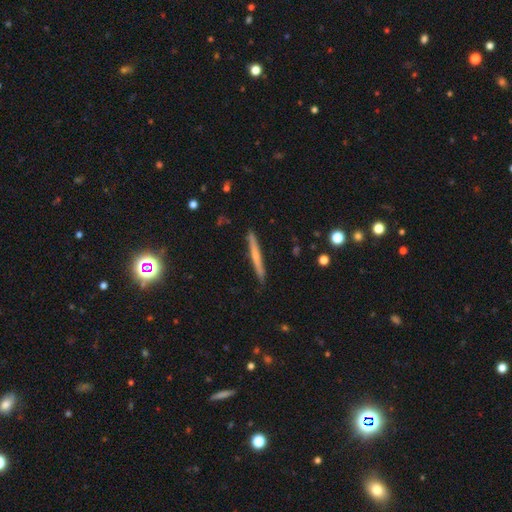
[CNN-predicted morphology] smooth-or-featured: smooth: 47% | featured or disk: 46% | star or artifact: 6%
  merging: none: 89% | minor disturbance: 8% | major disturbance: 1% | merger: 1%